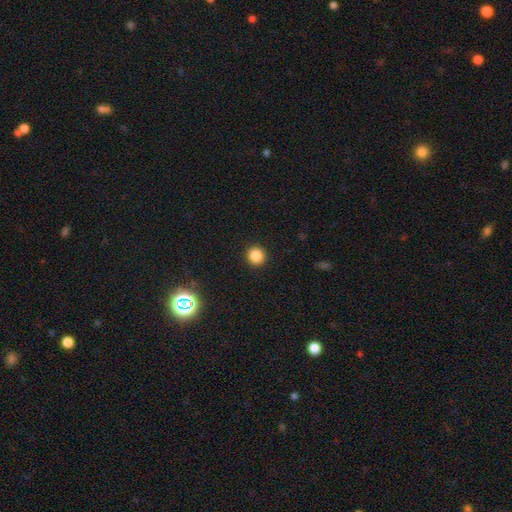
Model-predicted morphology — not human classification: A smooth galaxy with no disk features (85%) that is round (93%). Merging: none (93%).